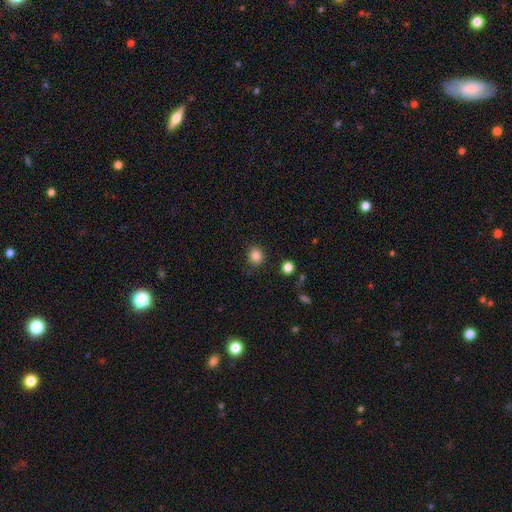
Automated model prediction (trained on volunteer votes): Morphology: type=smooth (85%); roundness=round (84%); merging=none (86%).